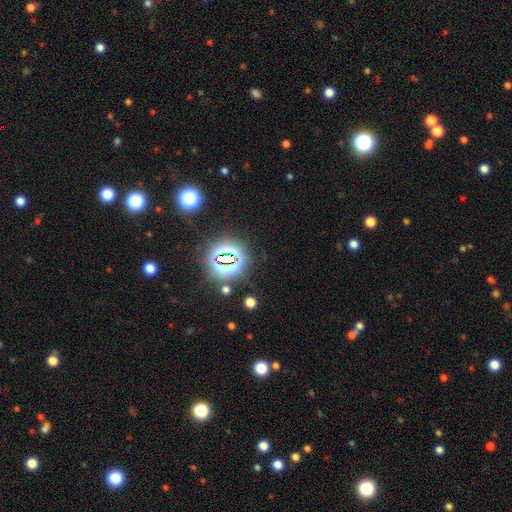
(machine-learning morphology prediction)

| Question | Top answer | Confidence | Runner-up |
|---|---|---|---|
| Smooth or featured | star or artifact | 79% | smooth (14%) |